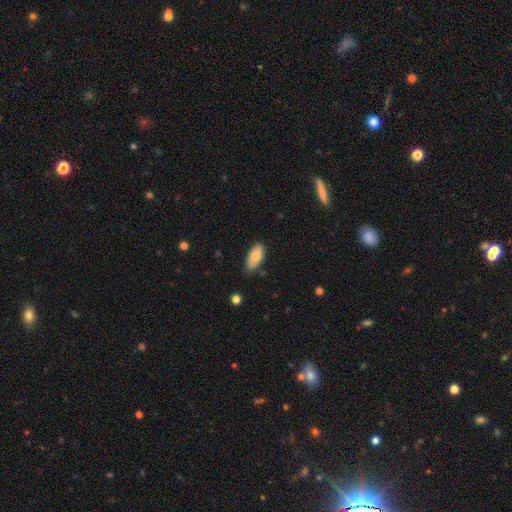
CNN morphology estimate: Smooth or featured: smooth — 79% (featured or disk — 15%)
How rounded: in between — 90% (cigar-shaped — 8%)
Merging: none — 79% (minor disturbance — 17%)